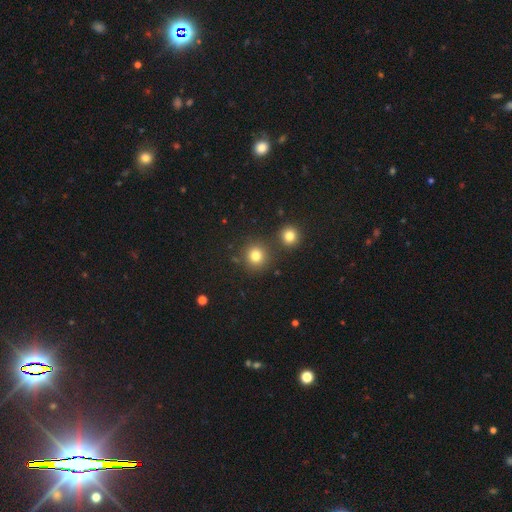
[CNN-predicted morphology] smooth-or-featured: smooth: 80% | star or artifact: 14% | featured or disk: 6%
  how-rounded: round: 92% | in between: 7% | cigar-shaped: 1%
  merging: none: 81% | merger: 10% | minor disturbance: 7% | major disturbance: 3%